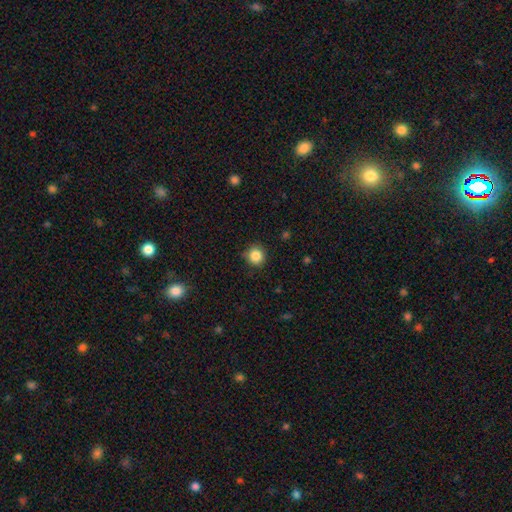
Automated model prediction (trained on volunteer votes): A smooth galaxy with no disk features (85%) that is round (91%). Merging: none (86%).